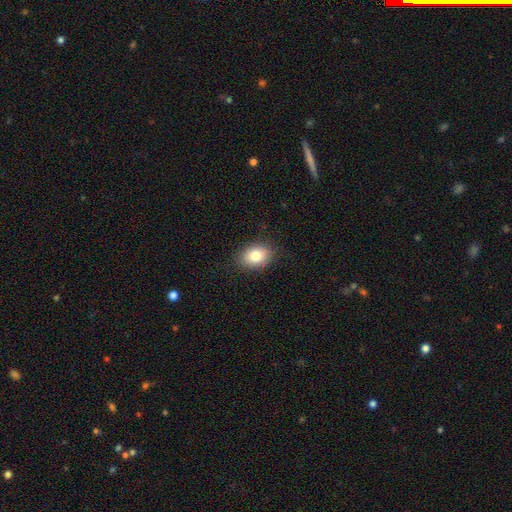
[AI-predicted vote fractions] Q: Smooth or featured?
A: smooth (82%); runner-up: featured or disk (9%)
Q: How rounded?
A: in between (72%); runner-up: round (27%)
Q: Merging?
A: none (87%); runner-up: minor disturbance (10%)